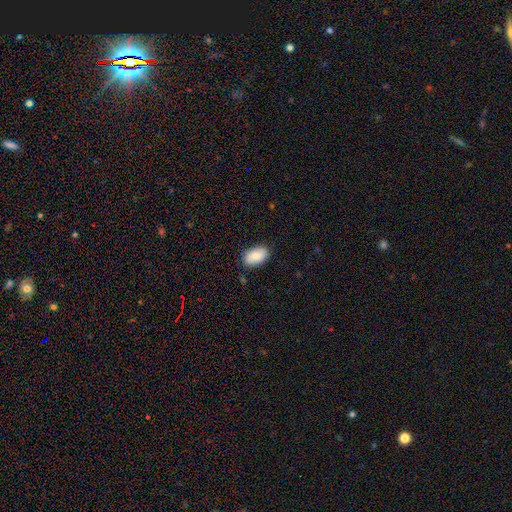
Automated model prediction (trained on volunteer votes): Morphology: type=smooth (85%); roundness=in between (94%); merging=none (85%).